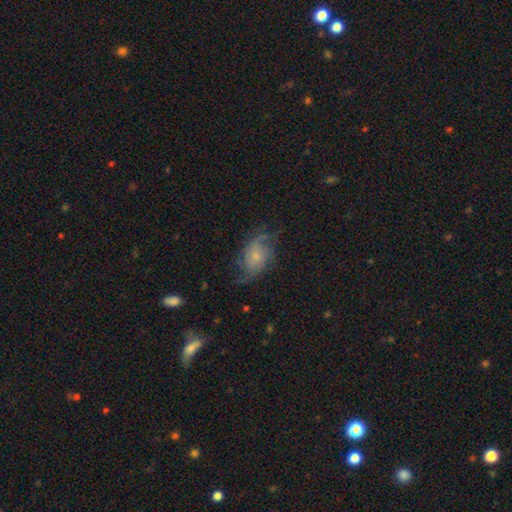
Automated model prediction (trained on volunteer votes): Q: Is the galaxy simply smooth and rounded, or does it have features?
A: featured or disk — 74%.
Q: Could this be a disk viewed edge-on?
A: no — 96%.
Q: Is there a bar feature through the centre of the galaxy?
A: no — 71%.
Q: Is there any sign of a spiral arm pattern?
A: yes — 93%.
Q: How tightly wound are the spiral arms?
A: loose — 53%.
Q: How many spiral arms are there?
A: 2 — 69%.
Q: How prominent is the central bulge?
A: small — 66%.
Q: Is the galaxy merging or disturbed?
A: none — 62%.